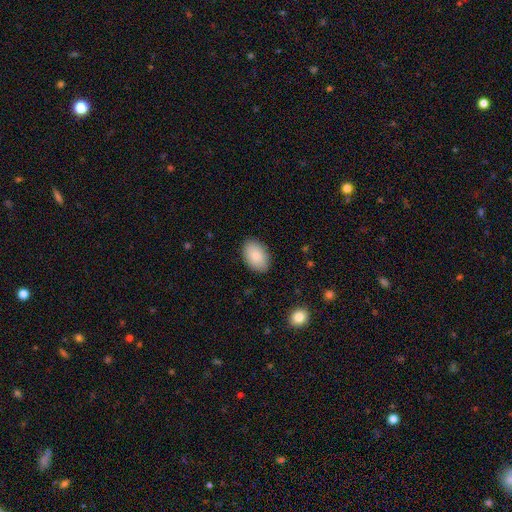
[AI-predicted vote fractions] Smooth or featured? smooth (87%)
How rounded? in between (92%)
Merging? none (88%)